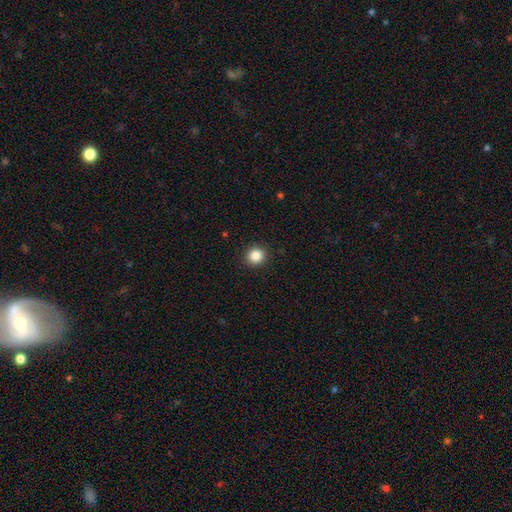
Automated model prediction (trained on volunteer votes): A smooth galaxy with no disk features (86%) that is round (90%). Merging: none (92%).